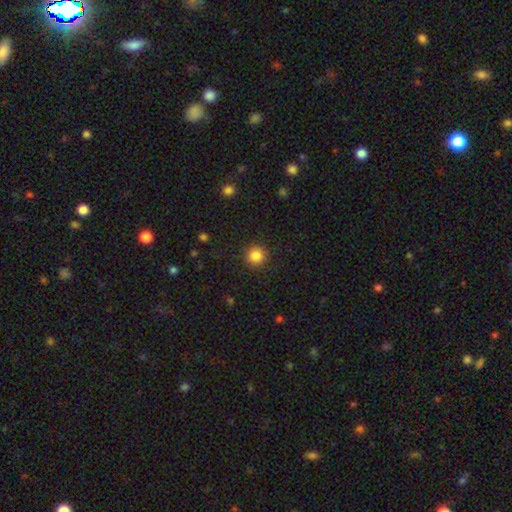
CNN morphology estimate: Q: Smooth or featured?
A: smooth (85%); runner-up: star or artifact (11%)
Q: How rounded?
A: round (94%); runner-up: in between (5%)
Q: Merging?
A: none (91%); runner-up: minor disturbance (6%)